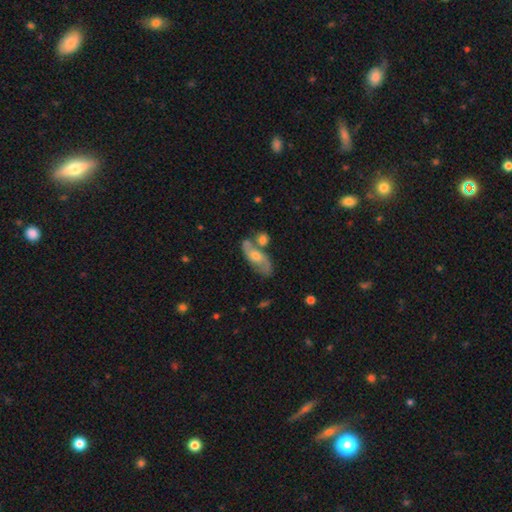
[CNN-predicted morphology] A featured or disk galaxy (66%) with no bar (61%), spiral arms (85%) and a moderate central bulge (59%). Merging: none (55%).